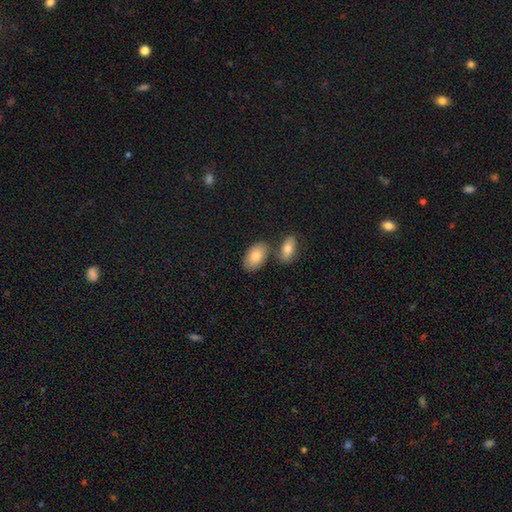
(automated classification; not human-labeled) The model was most divided on "merging": none: 64%, merger: 22%, minor disturbance: 11%, major disturbance: 3%. More confident: how rounded — in between (94%); smooth or featured — smooth (82%).